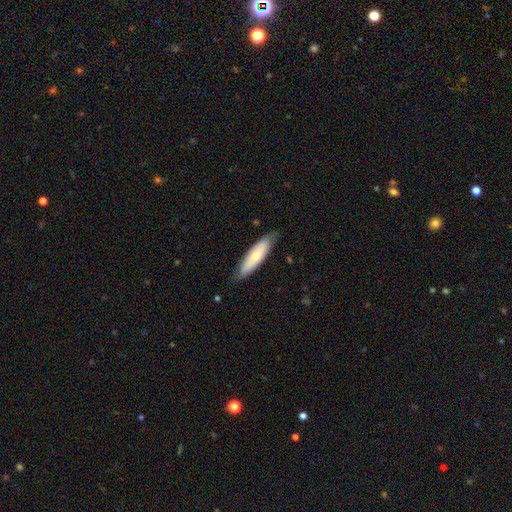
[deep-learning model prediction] Smooth or featured? Predicted: smooth (p=0.59). How rounded? Predicted: cigar-shaped (p=0.57). Merging? Predicted: none (p=0.79).